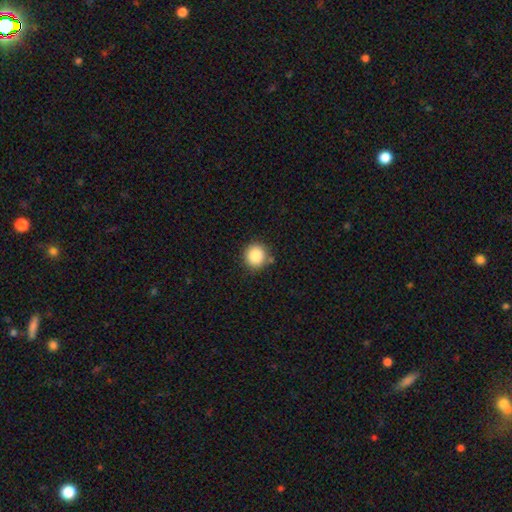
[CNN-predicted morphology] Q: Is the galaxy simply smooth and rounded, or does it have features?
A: smooth — 87%.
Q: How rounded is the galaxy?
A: round — 91%.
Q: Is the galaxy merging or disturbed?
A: none — 83%.